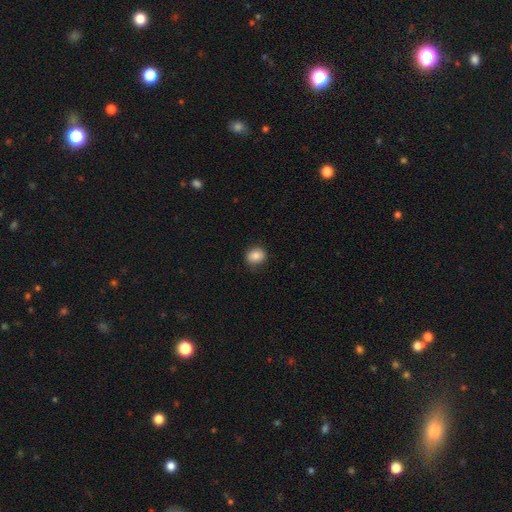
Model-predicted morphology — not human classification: smooth-or-featured: smooth: 84% | star or artifact: 9% | featured or disk: 7%
  how-rounded: round: 69% | in between: 30% | cigar-shaped: 1%
  merging: none: 82% | minor disturbance: 14% | major disturbance: 3% | merger: 1%